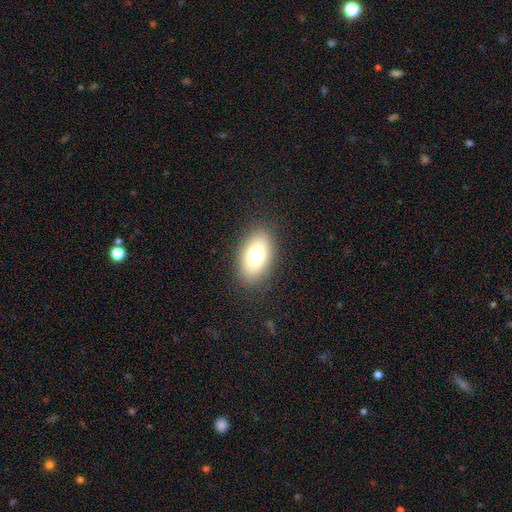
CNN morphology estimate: Smooth or featured: smooth — 73% (featured or disk — 16%)
How rounded: in between — 88% (round — 10%)
Merging: none — 85% (minor disturbance — 10%)